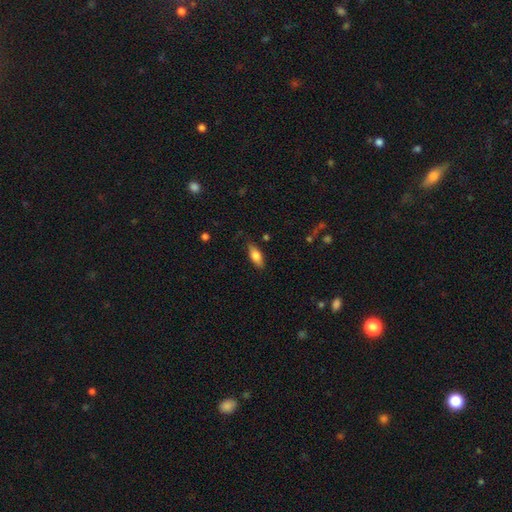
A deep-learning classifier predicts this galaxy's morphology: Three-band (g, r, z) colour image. It shows a smooth galaxy with no disk features (75%) that is in between round and cigar-shaped (75%). Merging: none (77%).